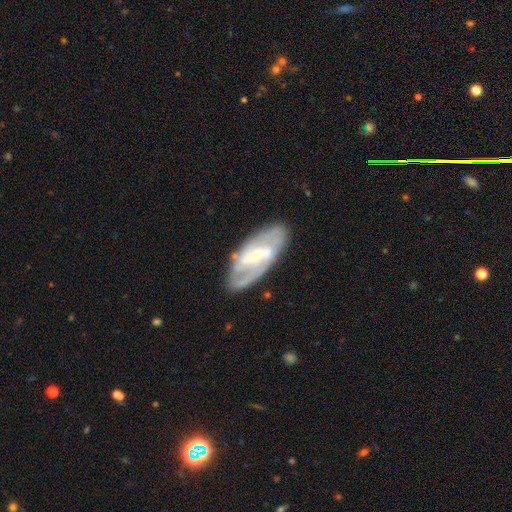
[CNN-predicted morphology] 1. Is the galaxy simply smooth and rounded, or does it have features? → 77% featured or disk, 18% smooth, 5% star or artifact.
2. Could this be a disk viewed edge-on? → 91% no, 9% yes.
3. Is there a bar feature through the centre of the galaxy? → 53% strong, 35% weak, 11% no.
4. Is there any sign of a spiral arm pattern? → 79% yes, 21% no.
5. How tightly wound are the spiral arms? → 41% medium, 36% tight, 23% loose.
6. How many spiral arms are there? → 66% 2, 22% can't tell, 4% 3, 4% 1, 2% 4, 2% more than 4.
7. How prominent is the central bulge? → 56% small, 33% moderate, 6% none, 4% large, 1% dominant.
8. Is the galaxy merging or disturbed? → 78% none, 15% minor disturbance, 5% major disturbance, 2% merger.